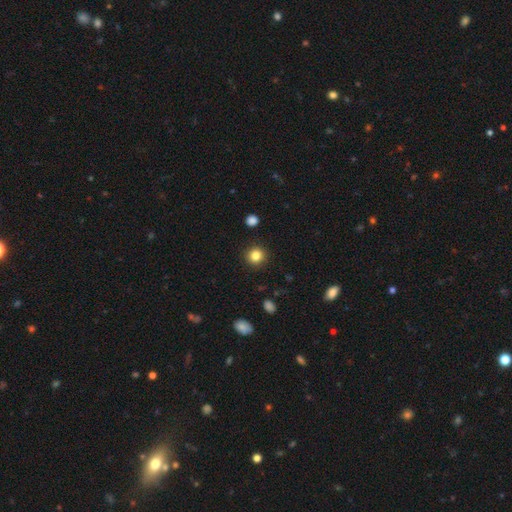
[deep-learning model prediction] Smooth or featured? Predicted: smooth (p=0.84). How rounded? Predicted: round (p=0.92). Merging? Predicted: none (p=0.91).